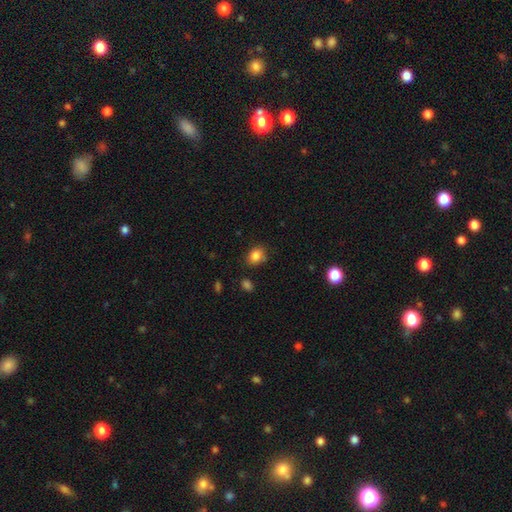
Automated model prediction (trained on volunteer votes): Smooth or featured?
  - smooth: 85% *
  - star or artifact: 10%
  - featured or disk: 5%
How rounded?
  - in between: 55% *
  - round: 44%
  - cigar-shaped: 1%
Merging?
  - none: 77% *
  - minor disturbance: 16%
  - major disturbance: 4%
  - merger: 3%